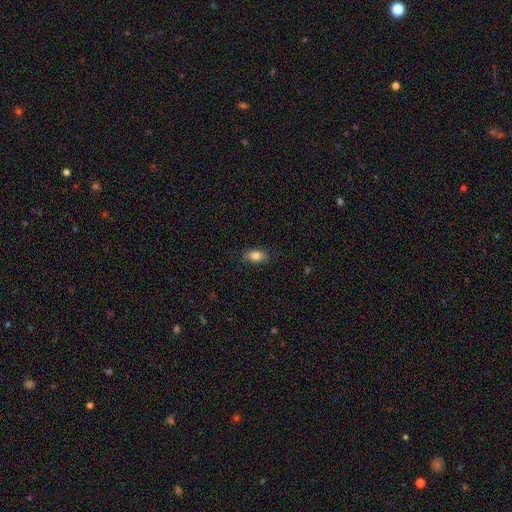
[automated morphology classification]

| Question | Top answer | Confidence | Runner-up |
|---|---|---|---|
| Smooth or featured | smooth | 83% | featured or disk (9%) |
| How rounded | in between | 89% | round (8%) |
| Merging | none | 86% | minor disturbance (11%) |